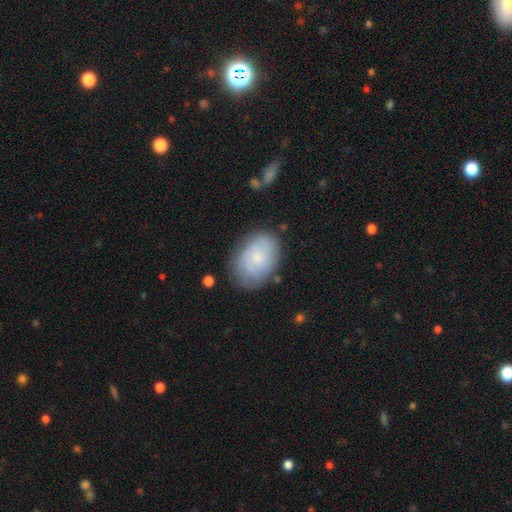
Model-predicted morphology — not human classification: The model was most divided on "smooth or featured": smooth: 55%, featured or disk: 36%, star or artifact: 8%. More confident: how rounded — in between (79%); merging — none (75%).